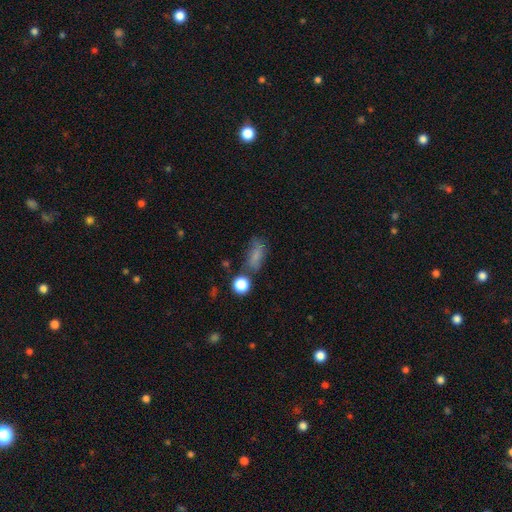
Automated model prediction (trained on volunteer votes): Morphology: type=smooth (75%); roundness=in between (74%); merging=none (55%).